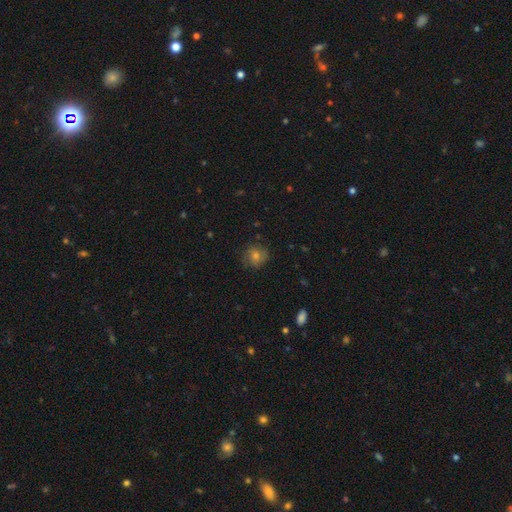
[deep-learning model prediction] Q: Smooth or featured?
A: smooth (67%); runner-up: star or artifact (17%)
Q: How rounded?
A: round (87%); runner-up: in between (12%)
Q: Merging?
A: none (81%); runner-up: minor disturbance (14%)